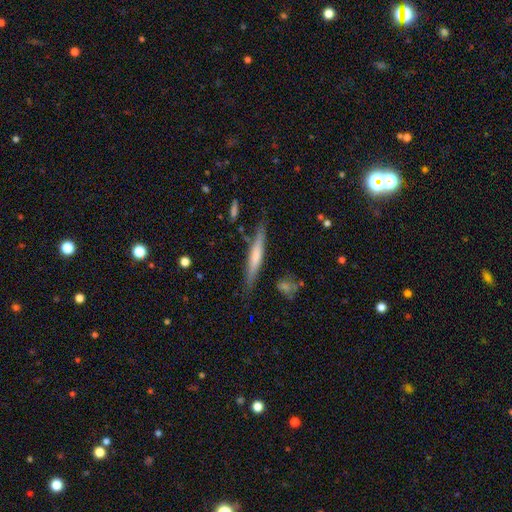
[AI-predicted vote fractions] Smooth or featured? Predicted: smooth (p=0.51). How rounded? Predicted: cigar-shaped (p=0.94). Merging? Predicted: none (p=0.81).